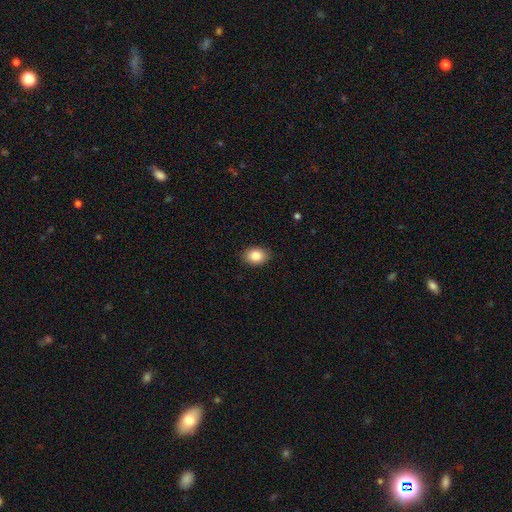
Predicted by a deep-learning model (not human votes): This appears to be a smooth galaxy with no disk features (84%) that is in between round and cigar-shaped (73%). Merging: none (89%).